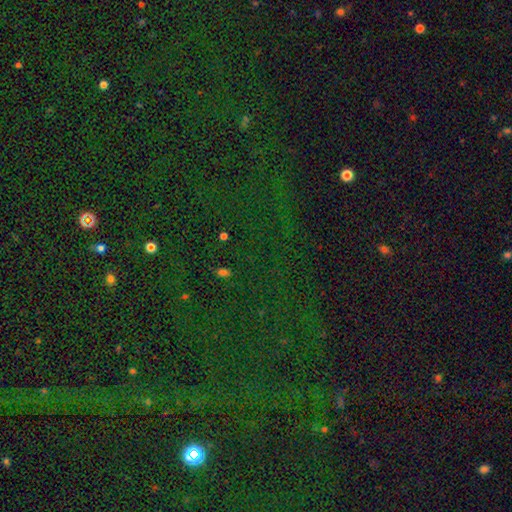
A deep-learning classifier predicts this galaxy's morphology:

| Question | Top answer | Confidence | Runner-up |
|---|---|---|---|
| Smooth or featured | star or artifact | 83% | smooth (10%) |